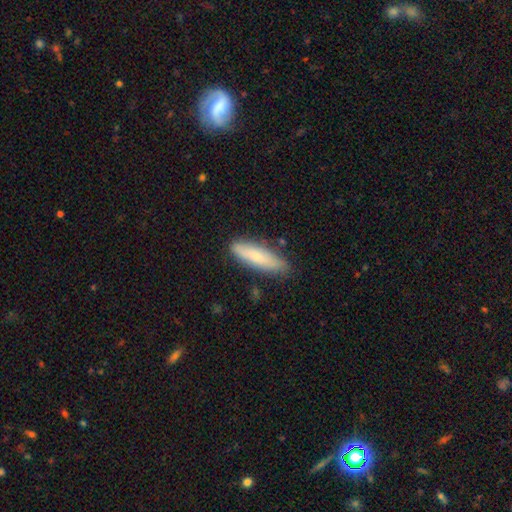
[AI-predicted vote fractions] A smooth galaxy with no disk features (75%) that is cigar-shaped (72%). Merging: none (83%).